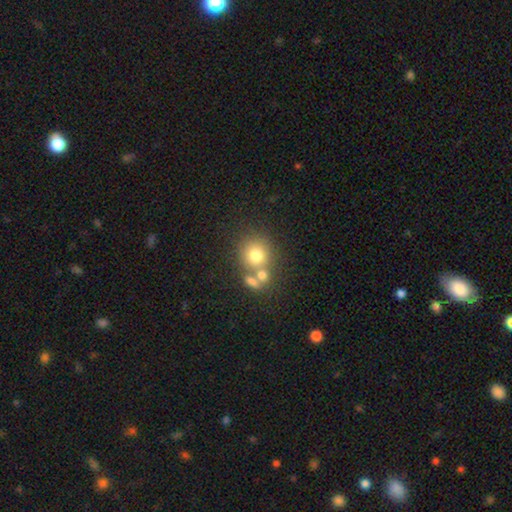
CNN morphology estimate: The model was most divided on "merging": none: 51%, merger: 35%, minor disturbance: 9%, major disturbance: 5%. More confident: how rounded — round (85%); smooth or featured — smooth (72%).